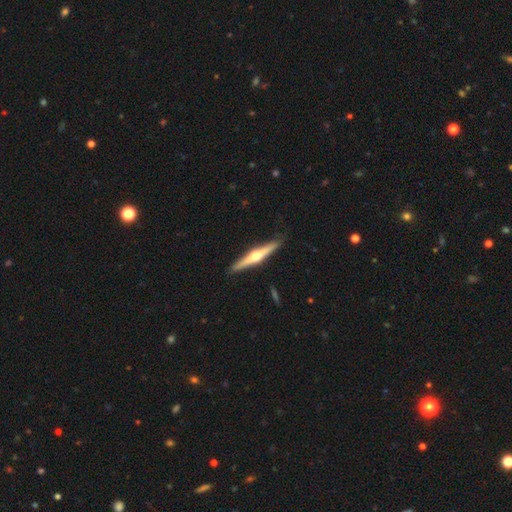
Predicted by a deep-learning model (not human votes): This appears to be a featured or disk galaxy (72%) viewed edge-on (98%) with a rounded central bulge (95%). Merging: none (90%).